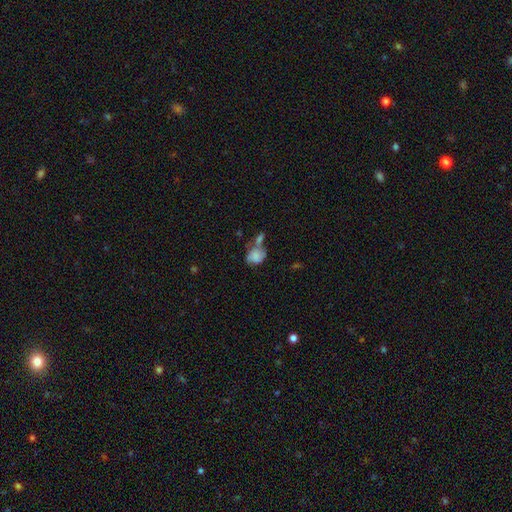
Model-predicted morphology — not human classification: This appears to be a smooth galaxy with no disk features (69%) that is in between round and cigar-shaped (52%). Merging: merger (39%).